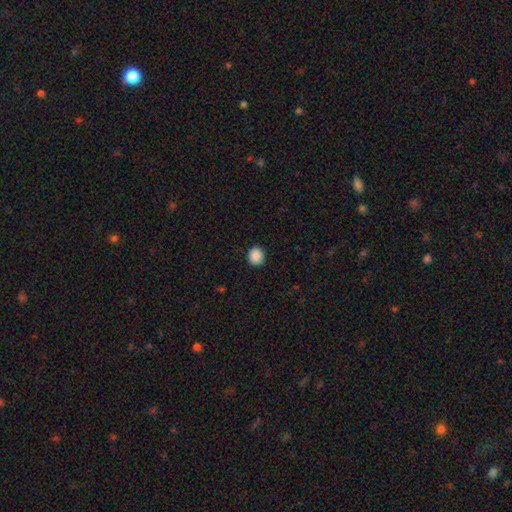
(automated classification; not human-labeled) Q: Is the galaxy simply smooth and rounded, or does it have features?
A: smooth — 89%.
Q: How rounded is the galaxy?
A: round — 85%.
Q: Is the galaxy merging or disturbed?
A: none — 92%.